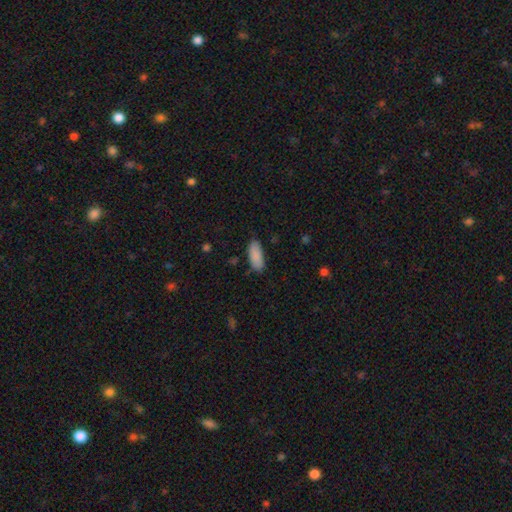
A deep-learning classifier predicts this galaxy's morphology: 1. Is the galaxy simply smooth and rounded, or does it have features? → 89% smooth, 6% star or artifact, 5% featured or disk.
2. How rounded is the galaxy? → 82% in between, 16% cigar-shaped, 2% round.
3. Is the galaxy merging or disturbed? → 82% none, 14% minor disturbance, 3% major disturbance, 2% merger.